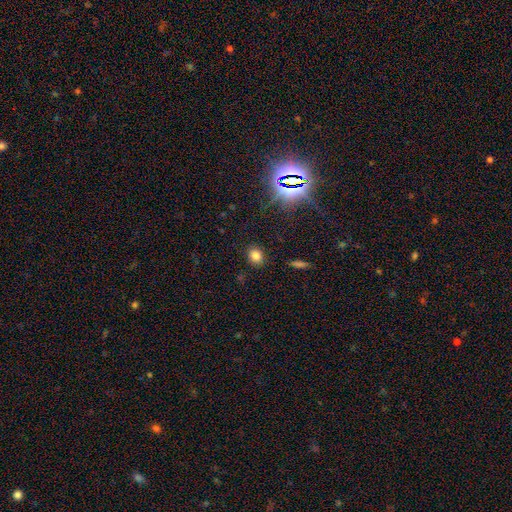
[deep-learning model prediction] smooth_or_featured: smooth (p=0.78) [alt: star or artifact p=0.16]
how_rounded: round (p=0.59) [alt: in between p=0.40]
merging: none (p=0.88) [alt: minor disturbance p=0.08]